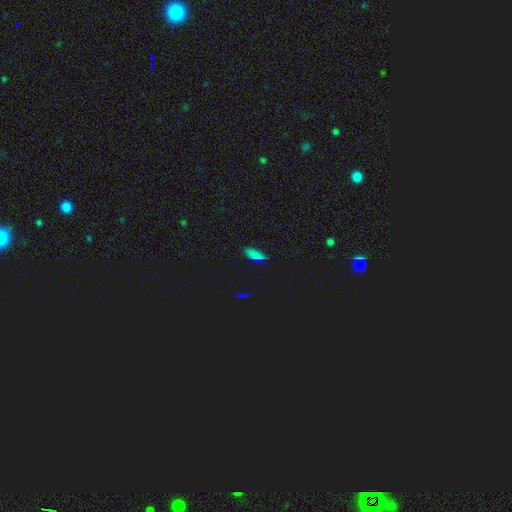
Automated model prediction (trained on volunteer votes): A smooth galaxy with no disk features (75%) that is in between round and cigar-shaped (63%). Merging: none (78%).